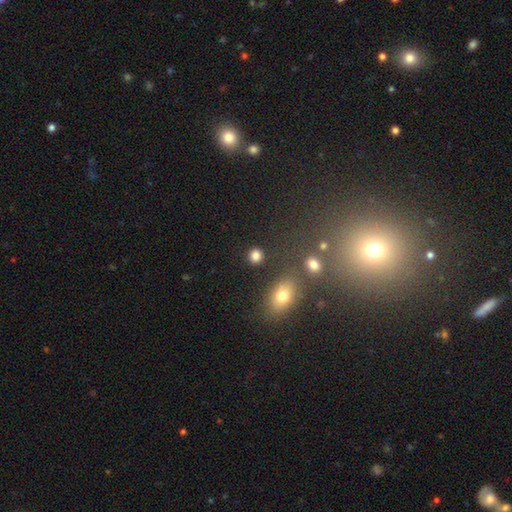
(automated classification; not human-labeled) Smooth or featured? Predicted: smooth (p=0.83). How rounded? Predicted: round (p=0.79). Merging? Predicted: none (p=0.85).